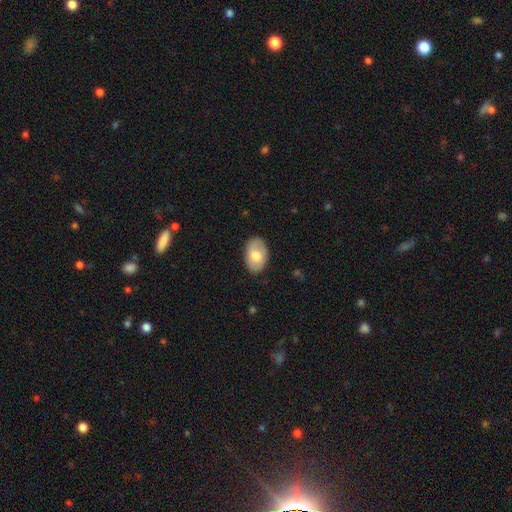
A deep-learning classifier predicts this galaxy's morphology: Q: Smooth or featured?
A: smooth (71%); runner-up: featured or disk (23%)
Q: How rounded?
A: in between (90%); runner-up: round (9%)
Q: Merging?
A: none (85%); runner-up: minor disturbance (11%)